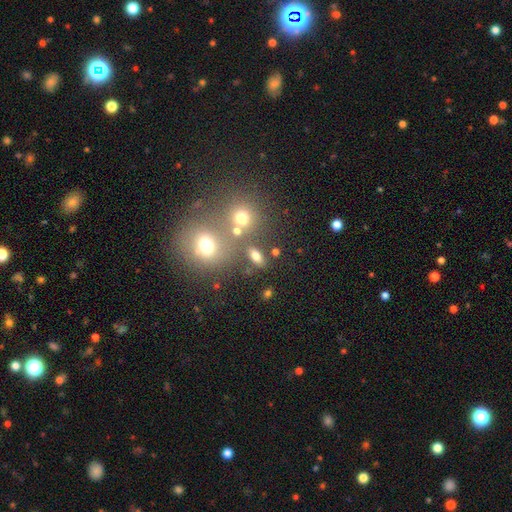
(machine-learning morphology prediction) Overall: smooth (70%). How rounded: in between (73%). Merging: none (70%).